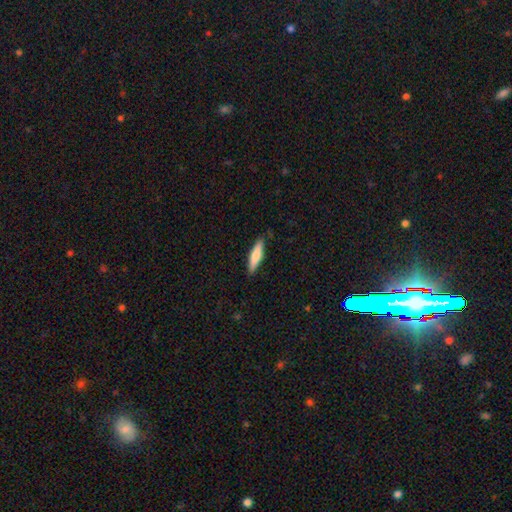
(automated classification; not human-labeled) Smooth or featured? smooth (69%)
How rounded? cigar-shaped (78%)
Merging? none (88%)